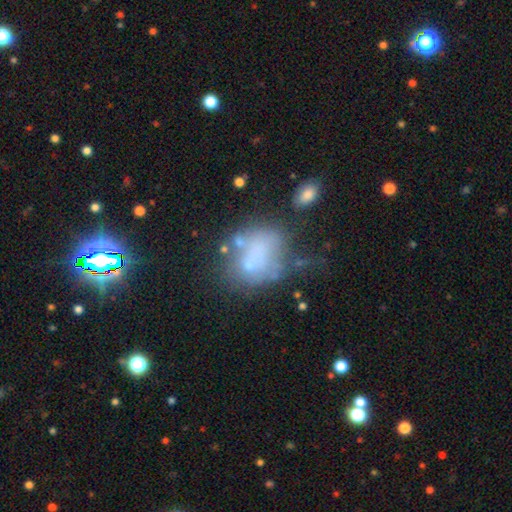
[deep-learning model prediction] A smooth galaxy with no disk features (50%) that is in between round and cigar-shaped (60%). Merging: none (31%).